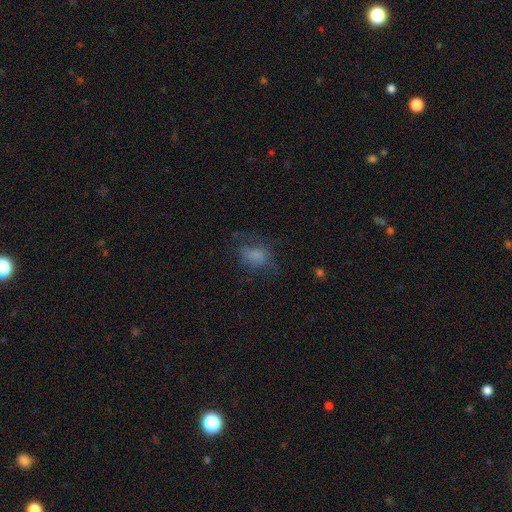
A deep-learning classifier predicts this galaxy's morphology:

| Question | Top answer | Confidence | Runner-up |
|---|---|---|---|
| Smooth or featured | smooth | 66% | featured or disk (20%) |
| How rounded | in between | 69% | round (29%) |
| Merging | none | 48% | major disturbance (27%) |